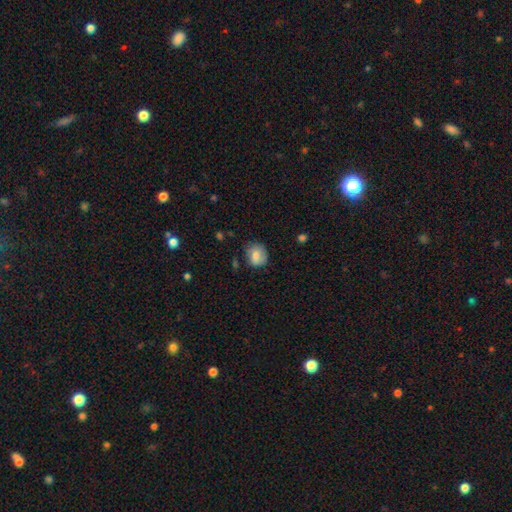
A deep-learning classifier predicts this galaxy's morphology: smooth 71%, featured or disk 21%, star or artifact 8%. Down the decision tree: how rounded — round (71%); merging — none (65%).